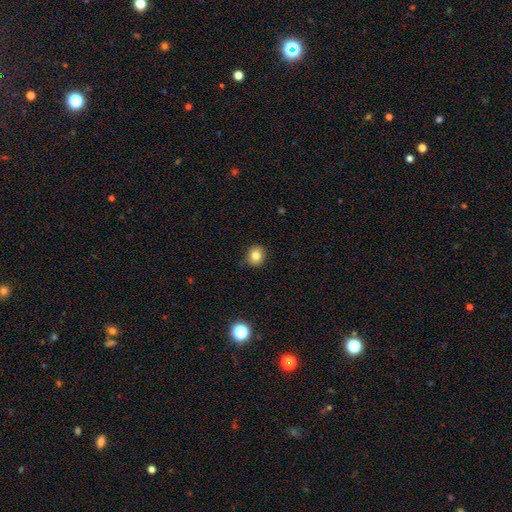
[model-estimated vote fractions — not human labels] Smooth or featured? Predicted: smooth (p=0.81). How rounded? Predicted: round (p=0.80). Merging? Predicted: none (p=0.88).